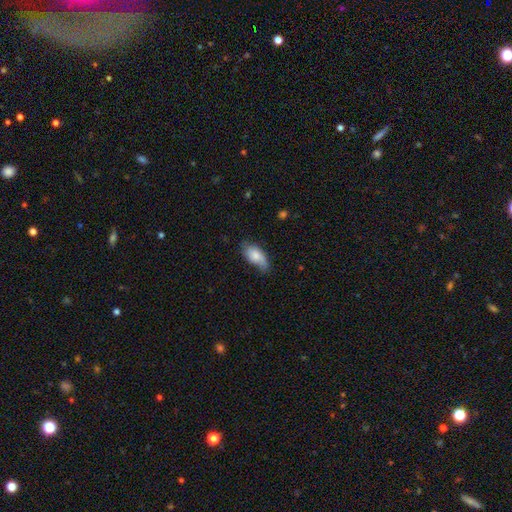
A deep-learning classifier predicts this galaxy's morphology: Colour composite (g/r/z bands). It shows a smooth galaxy with no disk features (75%) that is in between round and cigar-shaped (91%). Merging: none (56%).